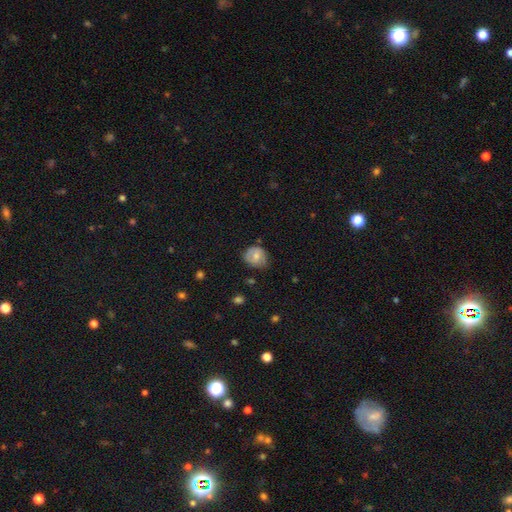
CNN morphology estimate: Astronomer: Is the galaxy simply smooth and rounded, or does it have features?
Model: smooth — 63%.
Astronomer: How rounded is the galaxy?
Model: round — 69%.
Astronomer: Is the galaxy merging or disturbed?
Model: none — 64%.